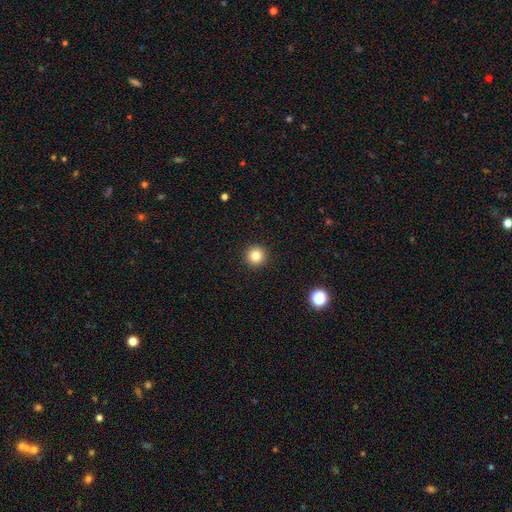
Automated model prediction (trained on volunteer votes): Smooth or featured: smooth — 83% (star or artifact — 12%)
How rounded: round — 96% (in between — 3%)
Merging: none — 93% (minor disturbance — 4%)